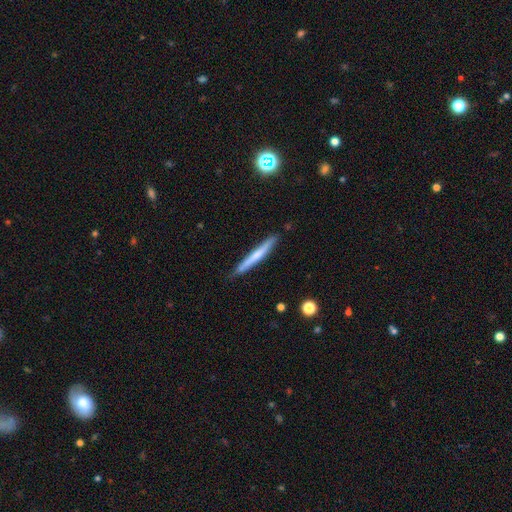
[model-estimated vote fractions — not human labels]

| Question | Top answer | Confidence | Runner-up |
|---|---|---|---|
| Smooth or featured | smooth | 52% | featured or disk (42%) |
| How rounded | cigar-shaped | 96% | in between (2%) |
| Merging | none | 85% | minor disturbance (12%) |